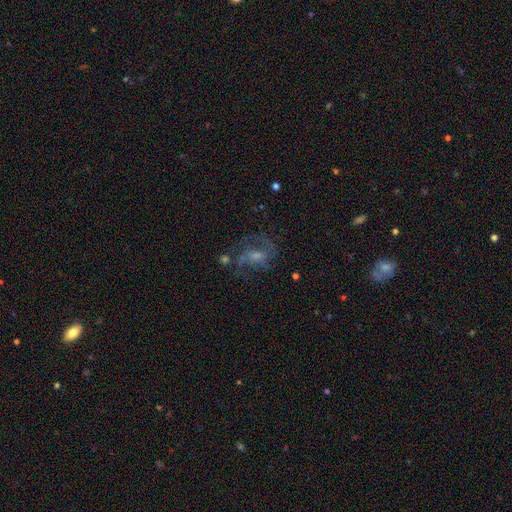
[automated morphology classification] This is likely a featured or disk galaxy (72%). It is clearly not viewed edge-on (97%). Bar: possibly no (45%, tied with weak). Spiral arm pattern: clearly yes (87%). Spiral arm count: possibly 2 (51%). Spiral winding: possibly medium (51%). Central bulge: marginally moderate (43%). Merging: possibly none (56%).